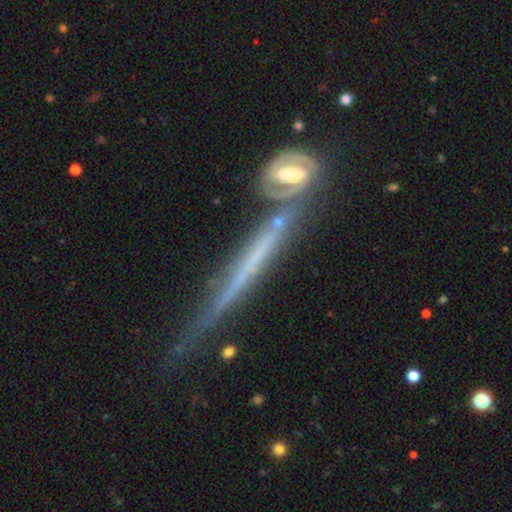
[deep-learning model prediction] smooth_or_featured: featured or disk (p=0.63) [alt: smooth p=0.26]
disk_edge_on: yes (p=0.92) [alt: no p=0.08]
edge_on_bulge: none (p=0.86) [alt: rounded p=0.08]
merging: none (p=0.63) [alt: merger p=0.16]